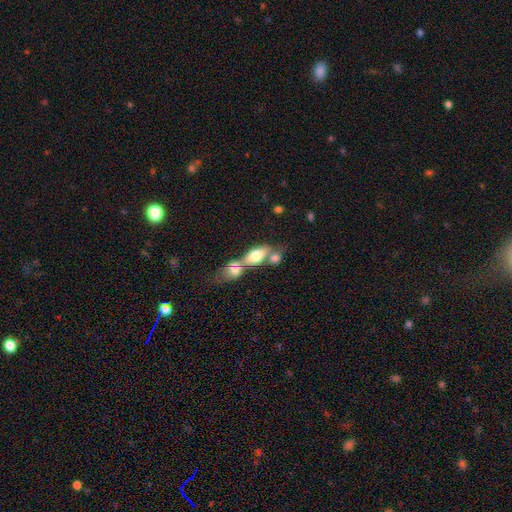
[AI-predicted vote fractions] Morphology: type=smooth (66%); roundness=in between (78%); merging=merger (65%).